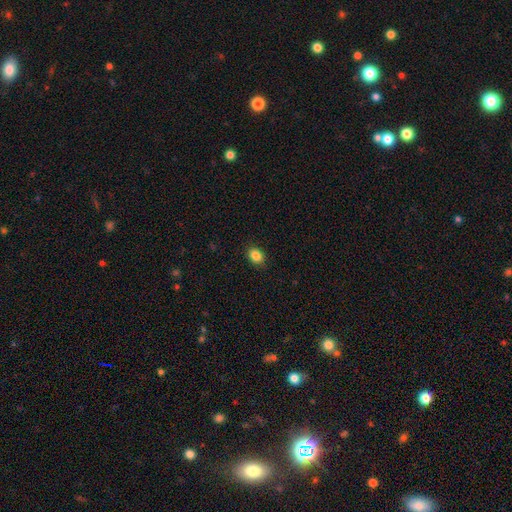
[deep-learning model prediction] The model was most divided on "how rounded": in between: 64%, round: 35%, cigar-shaped: 1%. More confident: merging — none (89%); smooth or featured — smooth (85%).